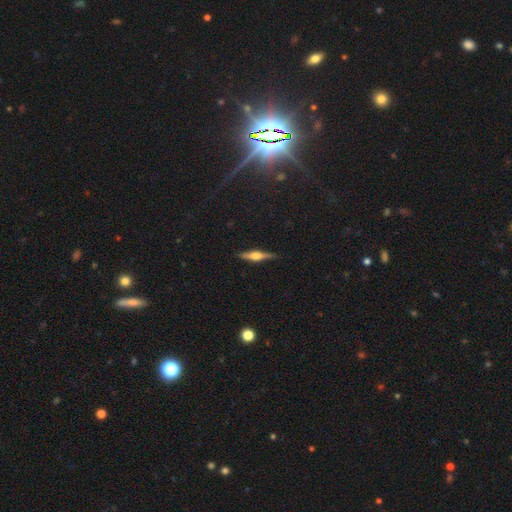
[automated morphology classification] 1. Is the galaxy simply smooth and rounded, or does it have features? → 72% featured or disk, 22% smooth, 6% star or artifact.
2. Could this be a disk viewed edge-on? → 97% yes, 3% no.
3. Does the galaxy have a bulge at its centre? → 90% rounded, 8% boxy, 3% none.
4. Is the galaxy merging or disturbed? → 90% none, 7% minor disturbance, 2% major disturbance, 1% merger.